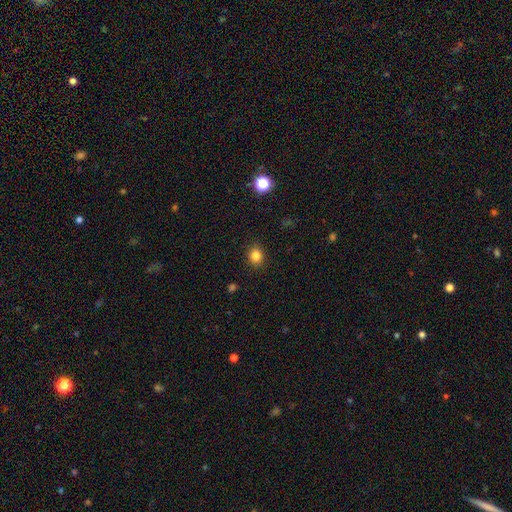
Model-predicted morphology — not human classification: This is clearly a smooth galaxy (83%). How rounded: likely round (75%). Merging: clearly none (89%).